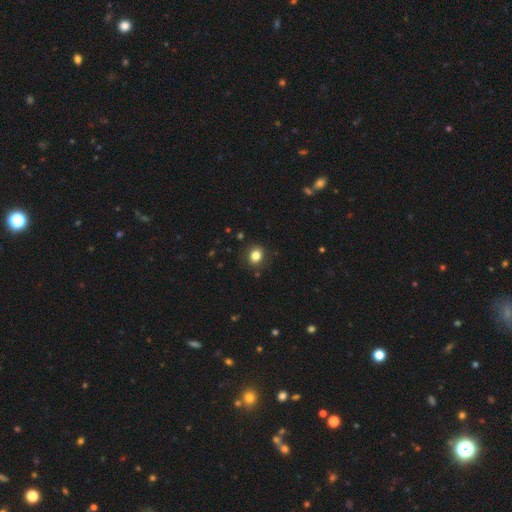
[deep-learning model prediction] The model was most divided on "how rounded": round: 71%, in between: 28%, cigar-shaped: 1%. More confident: merging — none (86%); smooth or featured — smooth (82%).